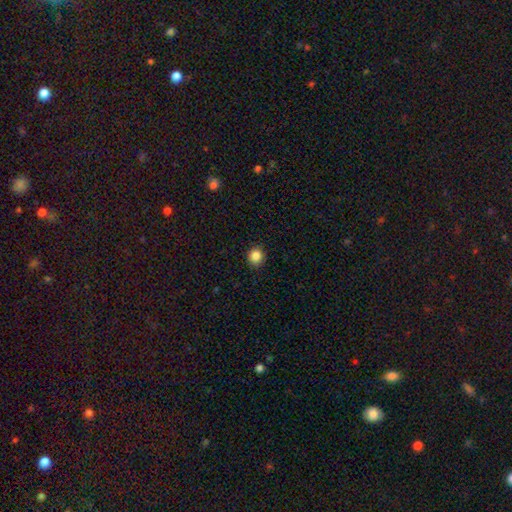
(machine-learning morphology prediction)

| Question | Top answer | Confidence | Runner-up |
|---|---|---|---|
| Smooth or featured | smooth | 86% | star or artifact (10%) |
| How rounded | round | 87% | in between (12%) |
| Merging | none | 91% | minor disturbance (6%) |